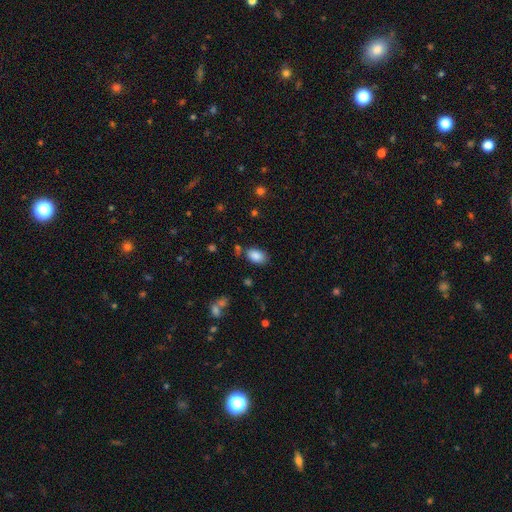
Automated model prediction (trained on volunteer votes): smooth_or_featured: smooth (p=0.87) [alt: star or artifact p=0.08]
how_rounded: in between (p=0.91) [alt: round p=0.08]
merging: none (p=0.75) [alt: minor disturbance p=0.16]